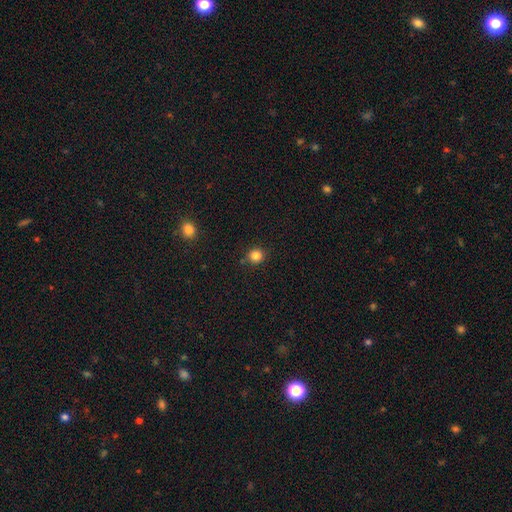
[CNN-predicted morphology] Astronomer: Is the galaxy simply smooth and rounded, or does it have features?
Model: smooth — 84%.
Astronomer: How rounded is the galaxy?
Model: round — 91%.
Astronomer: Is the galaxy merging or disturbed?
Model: none — 83%.